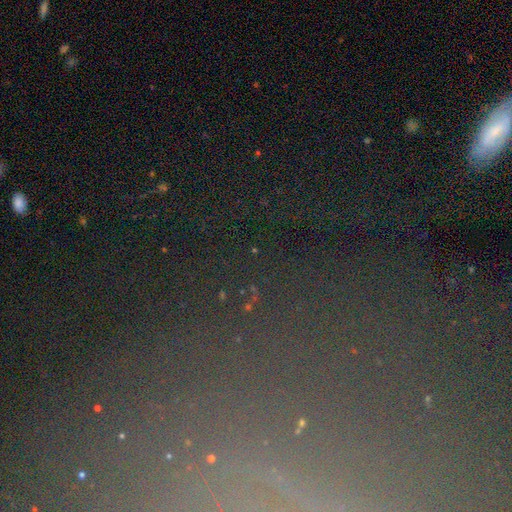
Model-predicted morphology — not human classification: Overall: star or artifact (67%).